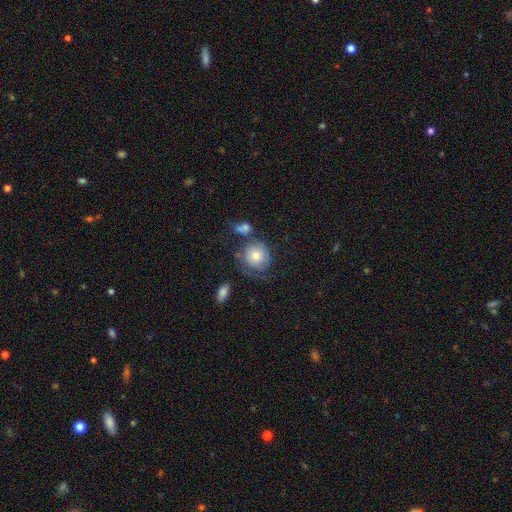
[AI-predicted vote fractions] Morphology: type=smooth (69%); roundness=round (88%); merging=none (51%).